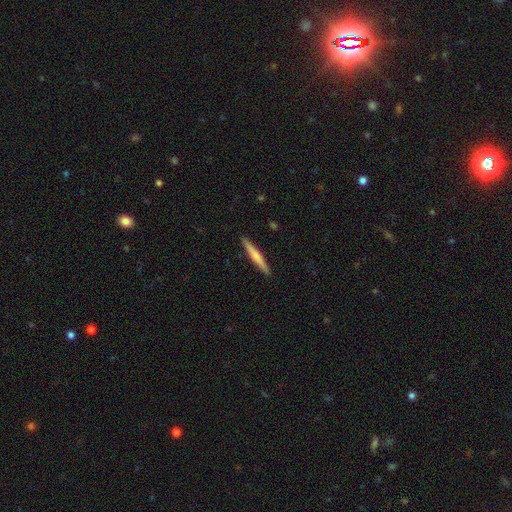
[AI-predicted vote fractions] A smooth galaxy with no disk features (56%) that is cigar-shaped (95%).

Vote fractions:
- Smooth or featured? smooth: 56% / featured or disk: 39% / star or artifact: 5%
- How rounded? cigar-shaped: 95% / in between: 4% / round: 1%
- Merging? none: 91% / minor disturbance: 6% / major disturbance: 1% / merger: 1%